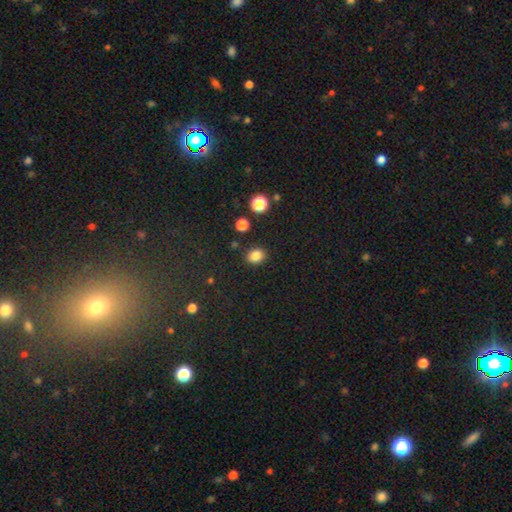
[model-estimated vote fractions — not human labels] Overall: smooth (85%). How rounded: in between (50%; round 49%). Merging: none (86%).